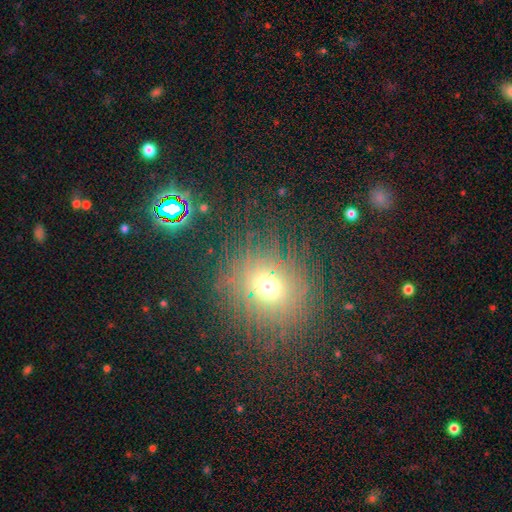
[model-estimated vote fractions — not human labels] A smooth galaxy with no disk features (56%) that is round (82%). Merging: none (84%).